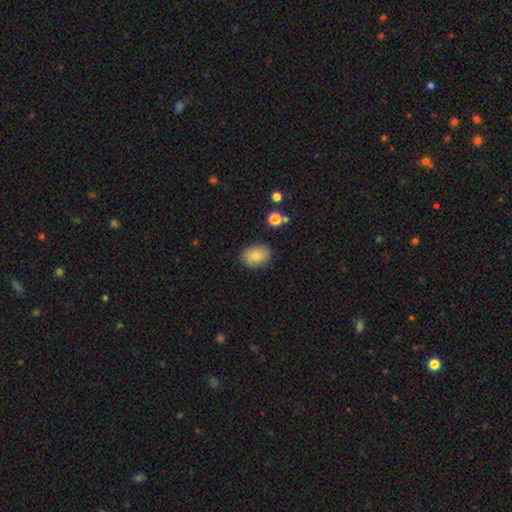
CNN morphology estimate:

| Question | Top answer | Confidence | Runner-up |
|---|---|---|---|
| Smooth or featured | smooth | 82% | featured or disk (10%) |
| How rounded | in between | 75% | round (24%) |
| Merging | none | 85% | minor disturbance (11%) |